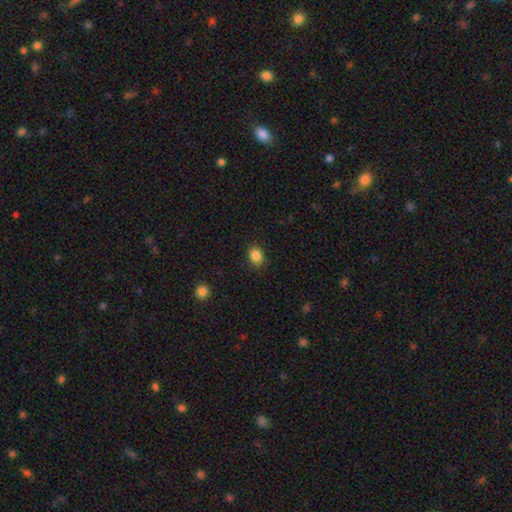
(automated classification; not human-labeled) The model was most divided on "how rounded": in between: 50%, round: 49%, cigar-shaped: 1%. More confident: merging — none (88%); smooth or featured — smooth (86%).